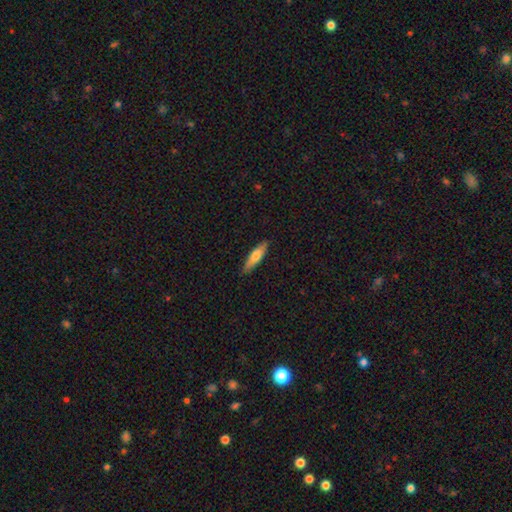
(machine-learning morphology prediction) Q: Smooth or featured?
A: smooth (64%); runner-up: featured or disk (30%)
Q: How rounded?
A: cigar-shaped (69%); runner-up: in between (29%)
Q: Merging?
A: none (89%); runner-up: minor disturbance (9%)